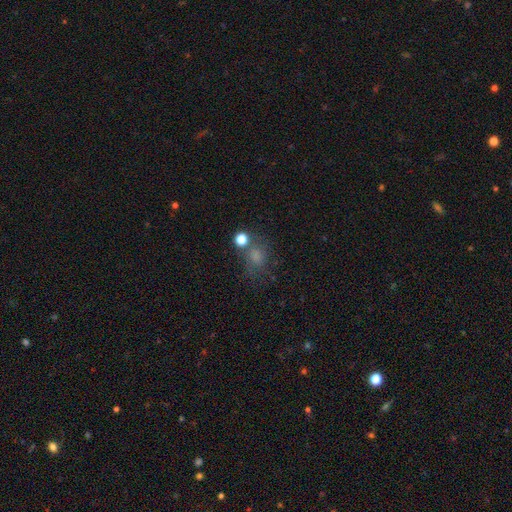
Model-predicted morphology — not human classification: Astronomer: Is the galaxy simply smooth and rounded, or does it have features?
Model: smooth — 63%.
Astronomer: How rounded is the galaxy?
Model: round — 58% (runner-up: in between, 40%).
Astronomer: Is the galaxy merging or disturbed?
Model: none — 56%.